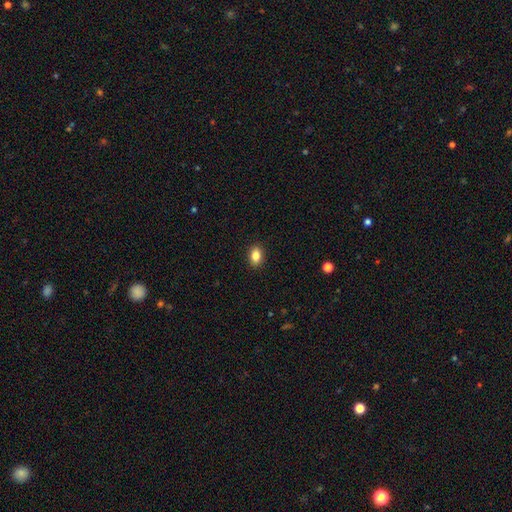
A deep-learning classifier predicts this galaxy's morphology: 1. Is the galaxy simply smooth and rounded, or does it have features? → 85% smooth, 9% star or artifact, 6% featured or disk.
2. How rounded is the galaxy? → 80% in between, 18% round, 1% cigar-shaped.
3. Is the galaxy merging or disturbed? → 90% none, 7% minor disturbance, 2% major disturbance, 1% merger.